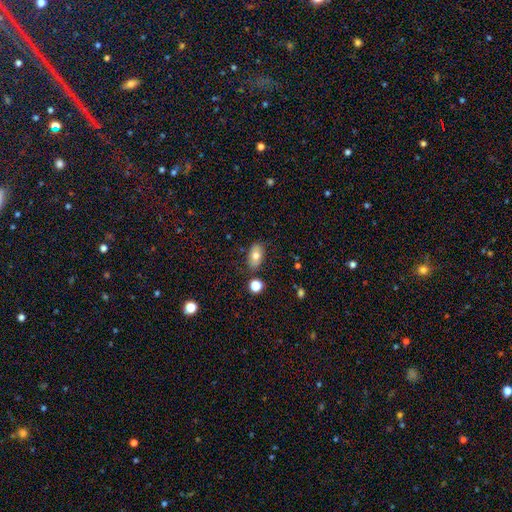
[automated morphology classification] type=smooth (75%); roundness=in between (90%); merging=none (81%).